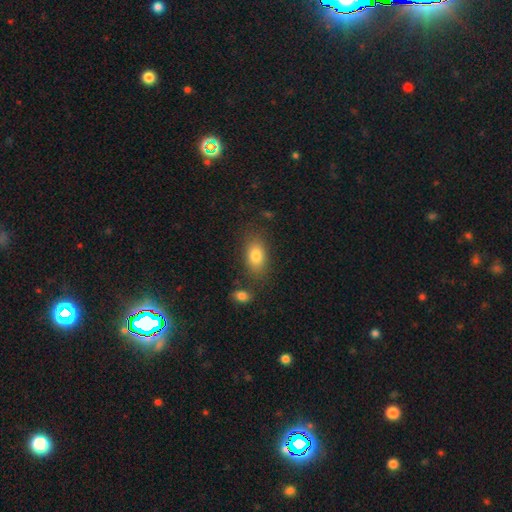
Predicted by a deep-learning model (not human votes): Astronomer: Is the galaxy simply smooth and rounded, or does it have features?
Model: smooth — 81%.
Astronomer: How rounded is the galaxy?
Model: in between — 87%.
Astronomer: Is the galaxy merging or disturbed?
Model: none — 77%.